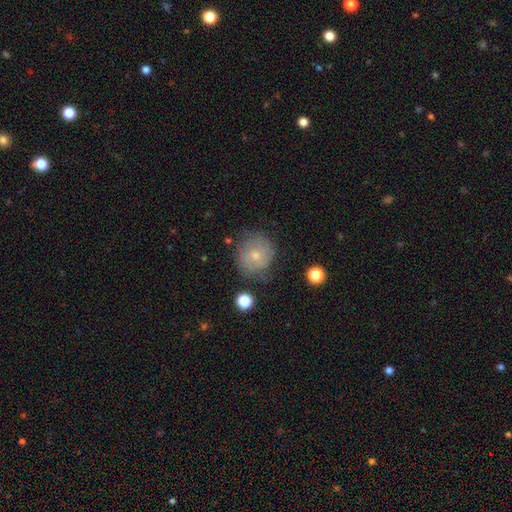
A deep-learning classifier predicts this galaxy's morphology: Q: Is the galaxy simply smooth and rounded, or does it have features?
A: smooth — 48%.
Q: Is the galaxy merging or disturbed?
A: none — 65%.